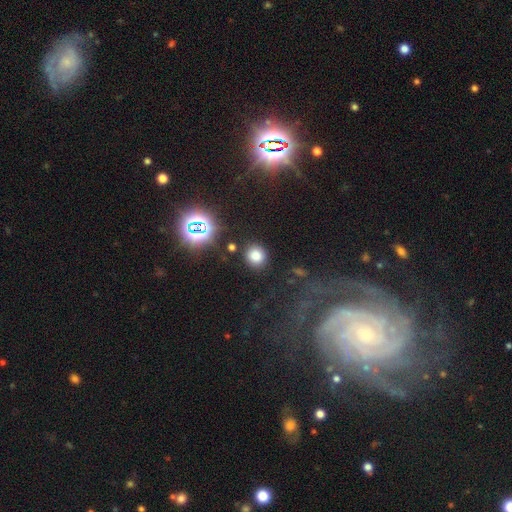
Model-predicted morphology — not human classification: Smooth or featured?
  - smooth: 76% *
  - star or artifact: 17%
  - featured or disk: 7%
How rounded?
  - round: 83% *
  - in between: 15%
  - cigar-shaped: 1%
Merging?
  - none: 84% *
  - minor disturbance: 8%
  - merger: 4%
  - major disturbance: 3%